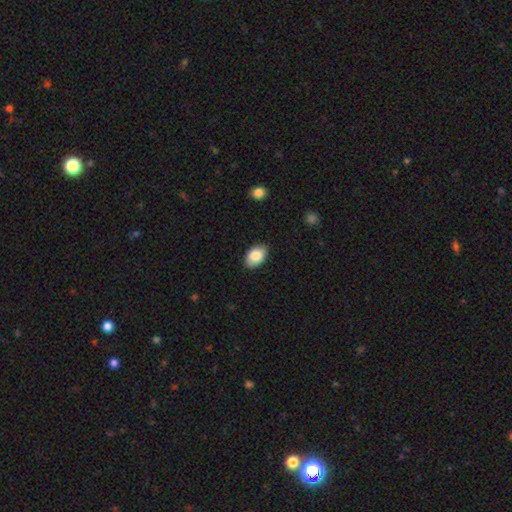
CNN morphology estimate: Smooth or featured?
  - smooth: 86% *
  - featured or disk: 7%
  - star or artifact: 7%
How rounded?
  - in between: 90% *
  - round: 9%
  - cigar-shaped: 1%
Merging?
  - none: 84% *
  - minor disturbance: 13%
  - major disturbance: 2%
  - merger: 1%